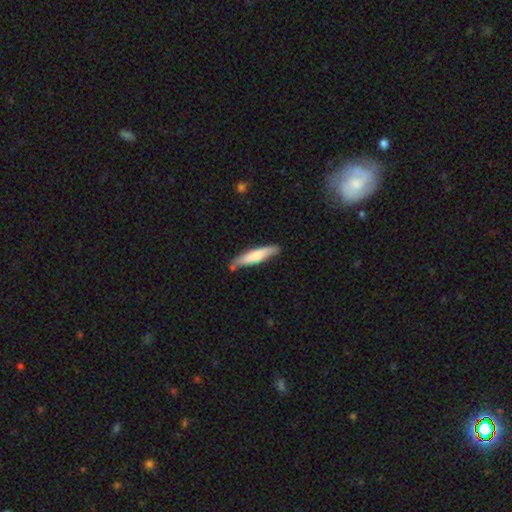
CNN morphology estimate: A smooth galaxy with no disk features (63%) that is cigar-shaped (86%).

Vote fractions:
- Smooth or featured? smooth: 63% / featured or disk: 32% / star or artifact: 5%
- How rounded? cigar-shaped: 86% / in between: 13% / round: 1%
- Merging? none: 76% / minor disturbance: 17% / merger: 5% / major disturbance: 3%